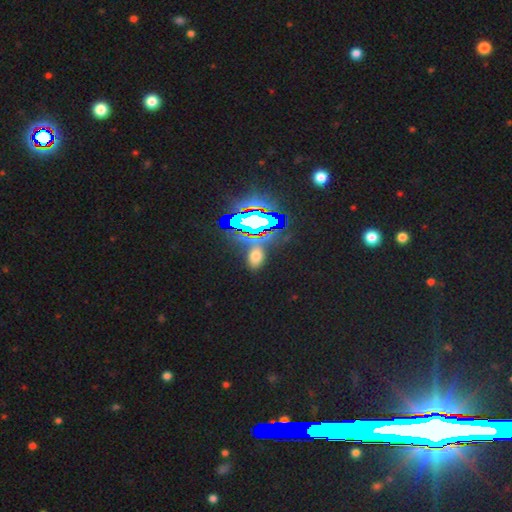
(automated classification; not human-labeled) star or artifact 46%, smooth 42%, featured or disk 11%.